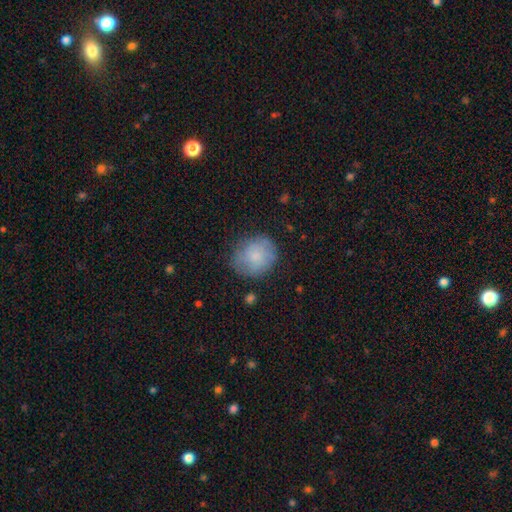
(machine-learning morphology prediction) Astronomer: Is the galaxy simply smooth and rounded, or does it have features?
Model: smooth — 75%.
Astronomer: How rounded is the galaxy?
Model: round — 73%.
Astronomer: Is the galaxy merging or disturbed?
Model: none — 71%.